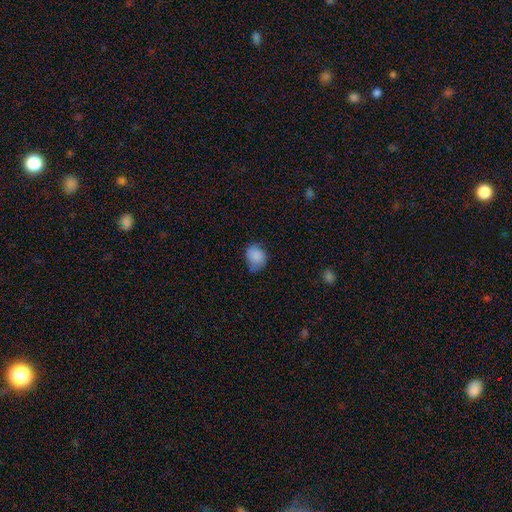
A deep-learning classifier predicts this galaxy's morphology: Smooth or featured? Predicted: smooth (p=0.86). How rounded? Predicted: in between (p=0.50). Merging? Predicted: none (p=0.55).